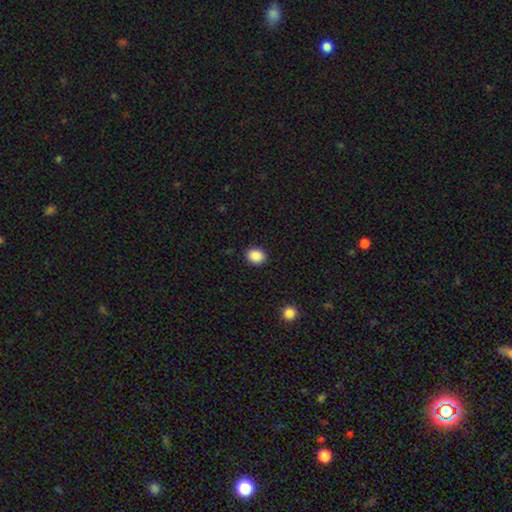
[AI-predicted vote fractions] Overall: smooth (89%). How rounded: round (54%; in between 46%). Merging: none (90%).